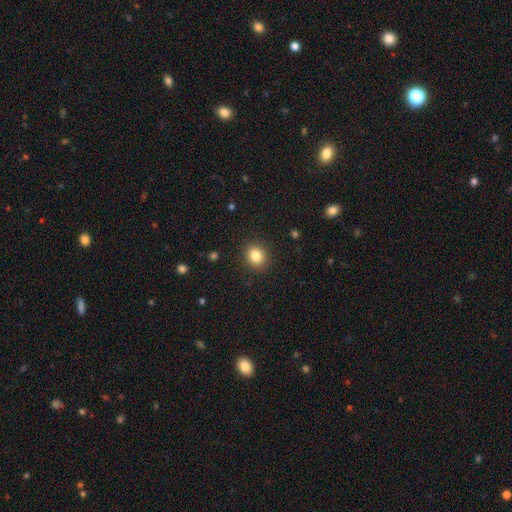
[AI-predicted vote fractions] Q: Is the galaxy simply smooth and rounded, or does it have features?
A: smooth — 84%.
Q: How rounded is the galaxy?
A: round — 72%.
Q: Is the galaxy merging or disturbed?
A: none — 90%.